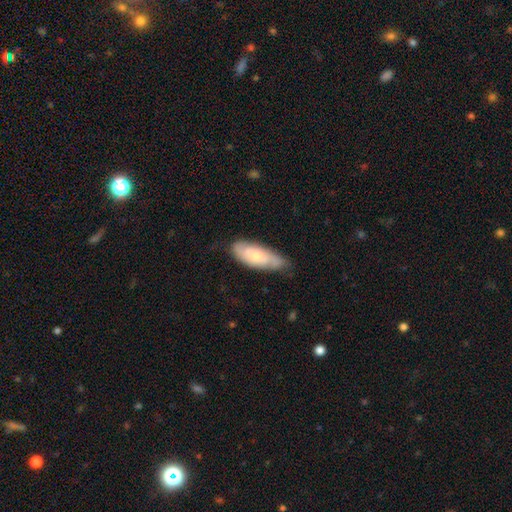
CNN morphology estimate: Q: Smooth or featured?
A: smooth (50%); runner-up: featured or disk (44%)
Q: How rounded?
A: in between (76%); runner-up: cigar-shaped (22%)
Q: Merging?
A: none (67%); runner-up: minor disturbance (26%)